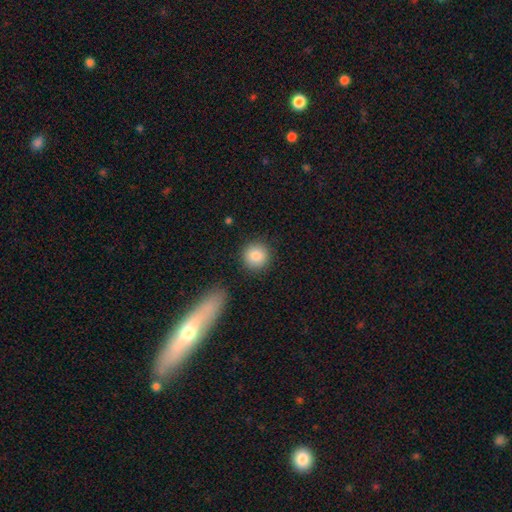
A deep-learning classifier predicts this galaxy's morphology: Smooth or featured? smooth (86%)
How rounded? round (93%)
Merging? none (89%)